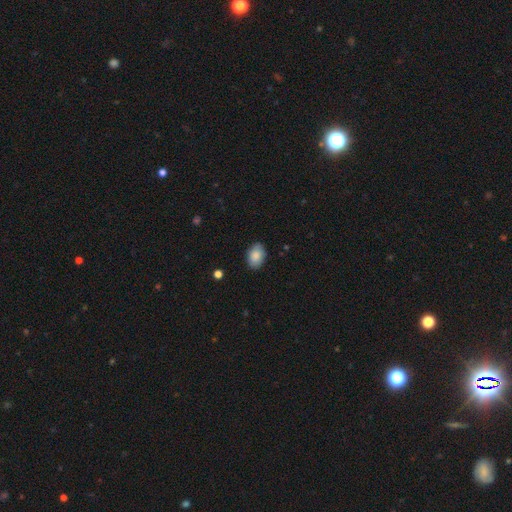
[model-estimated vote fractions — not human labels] Morphology: type=smooth (87%); roundness=in between (86%); merging=none (86%).